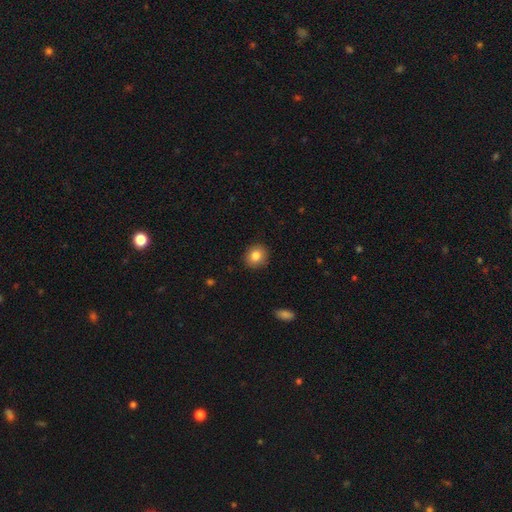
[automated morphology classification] Smooth or featured? smooth (83%)
How rounded? round (83%)
Merging? none (90%)